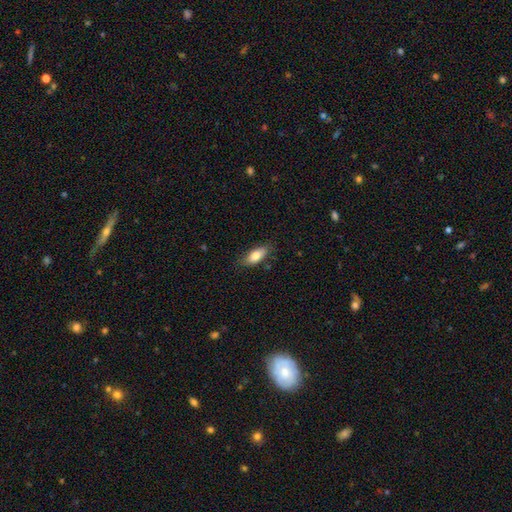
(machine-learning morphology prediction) A smooth galaxy with no disk features (78%) that is in between round and cigar-shaped (79%).

Vote fractions:
- Smooth or featured? smooth: 78% / featured or disk: 15% / star or artifact: 7%
- How rounded? in between: 79% / cigar-shaped: 18% / round: 2%
- Merging? none: 81% / minor disturbance: 15% / major disturbance: 3% / merger: 1%